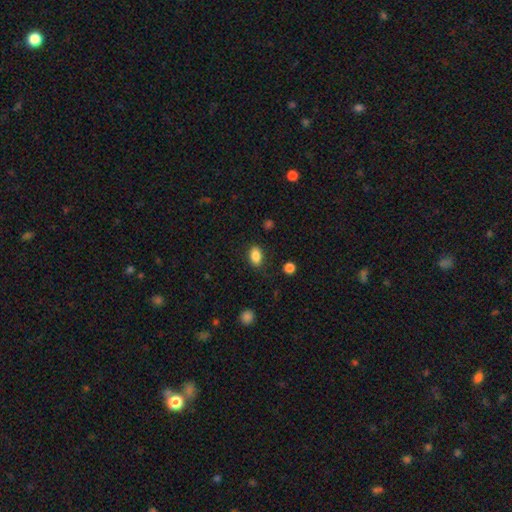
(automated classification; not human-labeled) smooth 87%, star or artifact 9%, featured or disk 5%. Down the decision tree: how rounded — in between (85%); merging — none (84%).